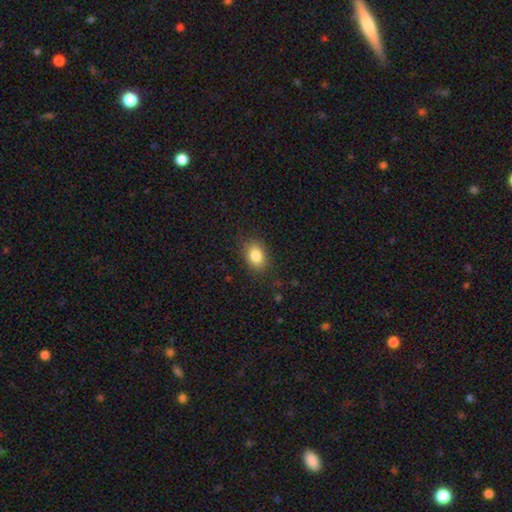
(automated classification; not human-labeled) Smooth or featured? smooth (84%)
How rounded? in between (77%)
Merging? none (84%)